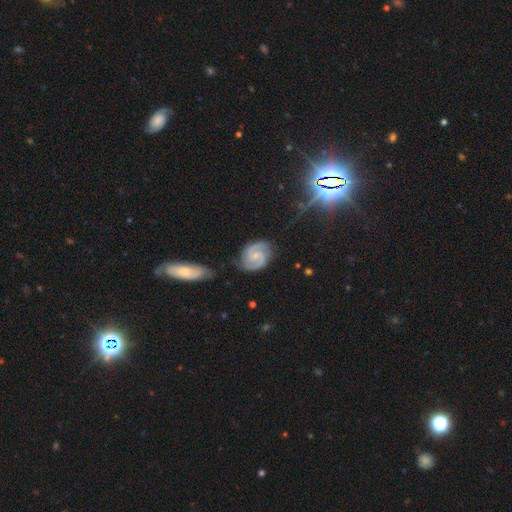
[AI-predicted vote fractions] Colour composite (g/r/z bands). It shows a featured or disk galaxy (89%) with no bar (46%), 2 (93%) medium (50%) spiral arms (98%) and a small central bulge (64%). Merging: none (78%).